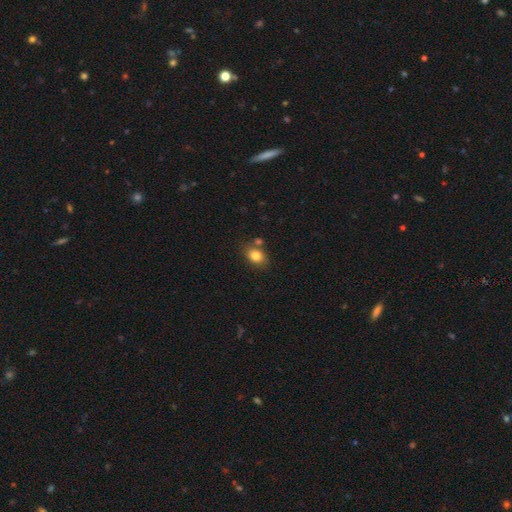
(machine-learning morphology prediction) smooth-or-featured: smooth: 81% | star or artifact: 9% | featured or disk: 9%
  how-rounded: in between: 71% | round: 28% | cigar-shaped: 1%
  merging: none: 69% | minor disturbance: 14% | merger: 13% | major disturbance: 4%